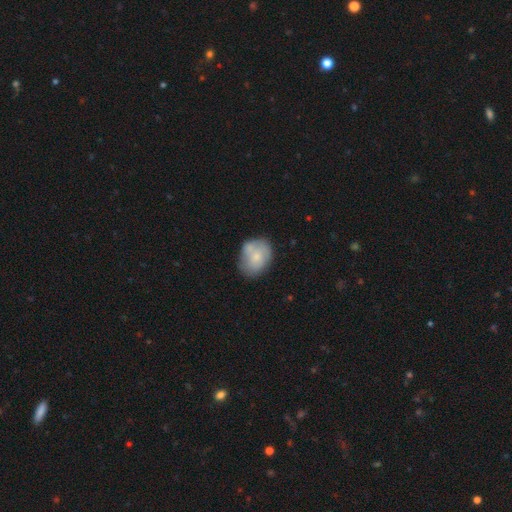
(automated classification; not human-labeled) smooth-or-featured: smooth: 68% | featured or disk: 25% | star or artifact: 7%
  how-rounded: in between: 61% | round: 38% | cigar-shaped: 1%
  merging: none: 50% | minor disturbance: 25% | merger: 17% | major disturbance: 8%